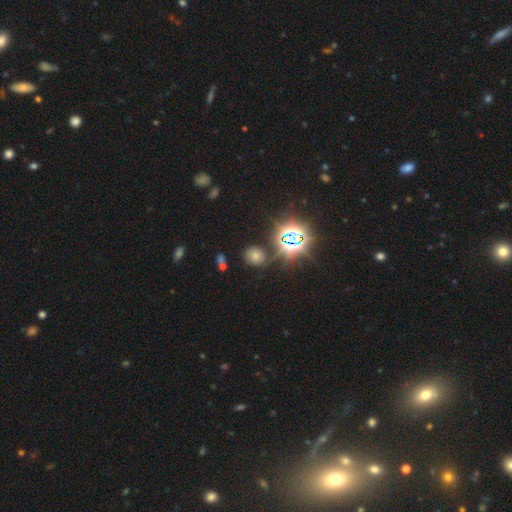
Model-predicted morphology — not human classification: Smooth or featured: smooth — 52% (star or artifact — 38%)
How rounded: round — 65% (in between — 34%)
Merging: none — 78% (minor disturbance — 12%)